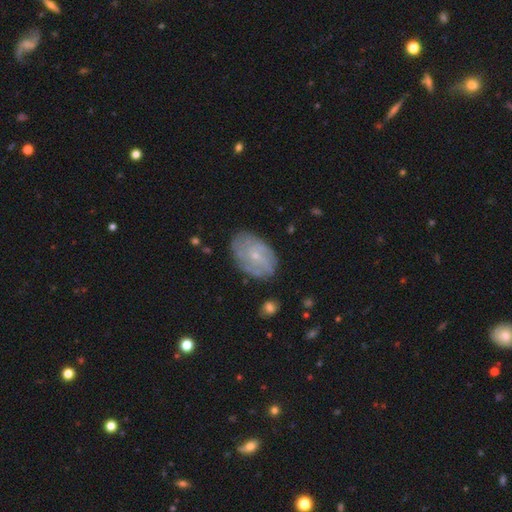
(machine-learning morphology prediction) A featured or disk galaxy (70%) with no bar (70%), tight (58%) spiral arms (85%) and a small central bulge (79%). Merging: none (76%).